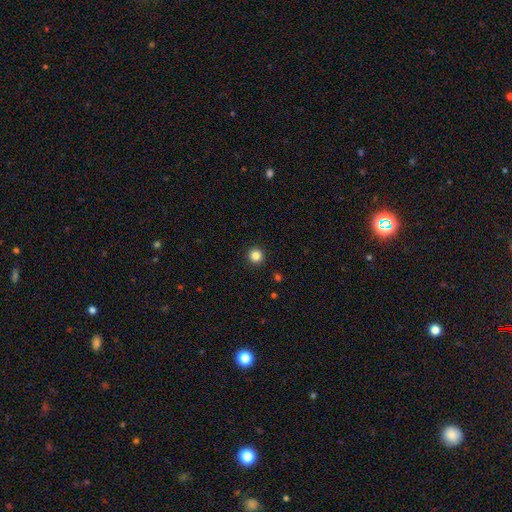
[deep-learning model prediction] smooth_or_featured: smooth (p=0.84) [alt: star or artifact p=0.12]
how_rounded: round (p=0.96) [alt: in between p=0.03]
merging: none (p=0.93) [alt: minor disturbance p=0.04]